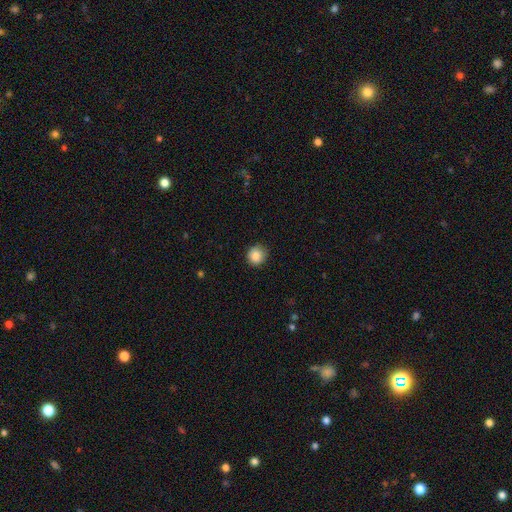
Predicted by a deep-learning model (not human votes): The model was most divided on "merging": none: 85%, minor disturbance: 11%, major disturbance: 3%, merger: 1%. More confident: how rounded — round (89%); smooth or featured — smooth (87%).